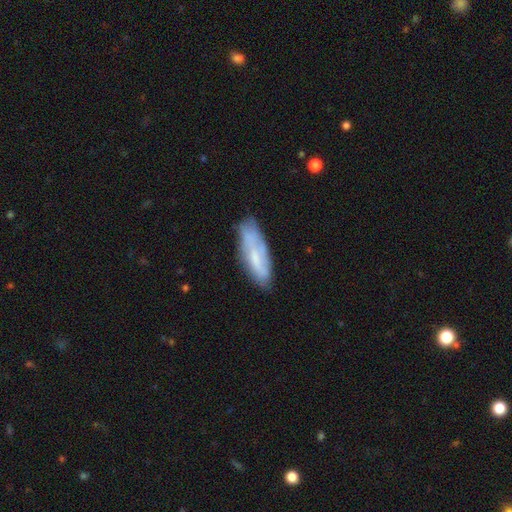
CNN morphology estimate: This is possibly a smooth galaxy (56%). How rounded: possibly in between (53%). Merging: likely none (66%).